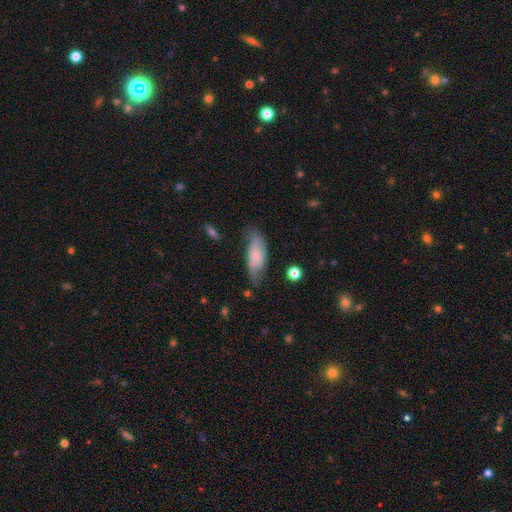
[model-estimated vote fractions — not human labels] This appears to be a smooth galaxy with no disk features (61%) that is in between round and cigar-shaped (73%). Merging: none (59%).